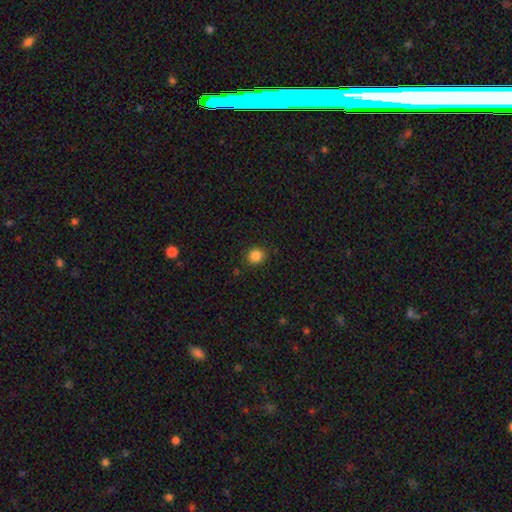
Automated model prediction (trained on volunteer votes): A smooth galaxy with no disk features (85%) that is round (84%).

Vote fractions:
- Smooth or featured? smooth: 85% / star or artifact: 11% / featured or disk: 4%
- How rounded? round: 84% / in between: 15% / cigar-shaped: 1%
- Merging? none: 88% / minor disturbance: 8% / major disturbance: 2% / merger: 1%